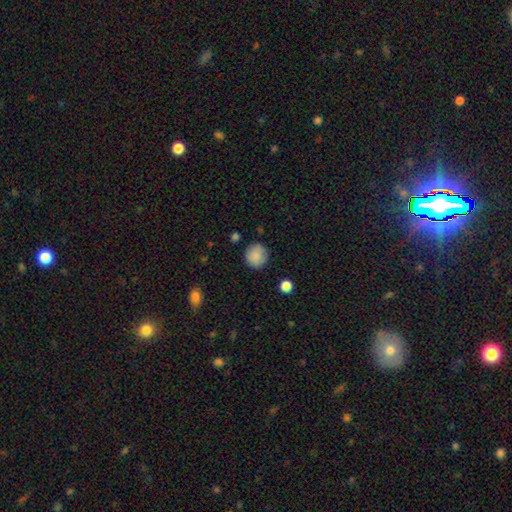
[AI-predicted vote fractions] Smooth or featured: smooth — 88% (star or artifact — 8%)
How rounded: round — 92% (in between — 7%)
Merging: none — 86% (minor disturbance — 10%)